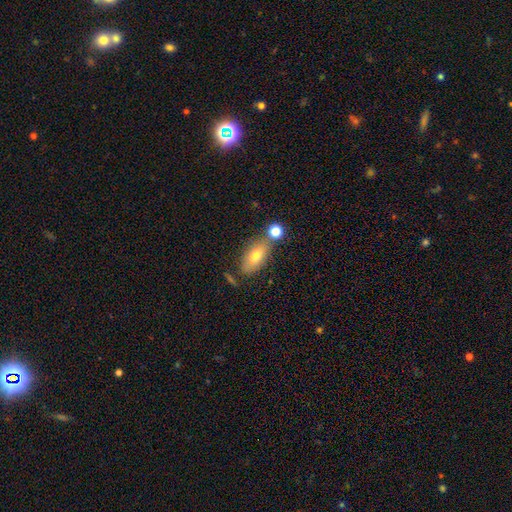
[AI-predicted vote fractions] This is likely a smooth galaxy (71%). How rounded: clearly in between (84%). Merging: possibly none (60%).